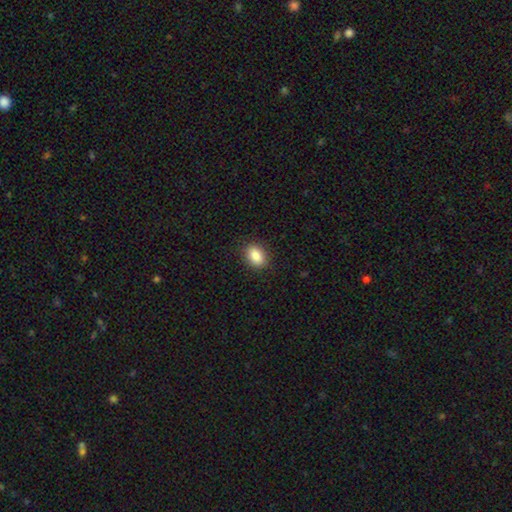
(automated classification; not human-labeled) Smooth or featured? smooth (87%)
How rounded? in between (78%)
Merging? none (89%)